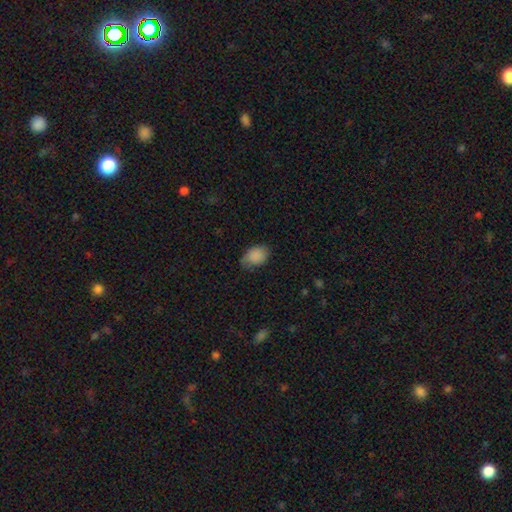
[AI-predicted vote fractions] Overall: smooth (86%). How rounded: in between (78%). Merging: none (69%).